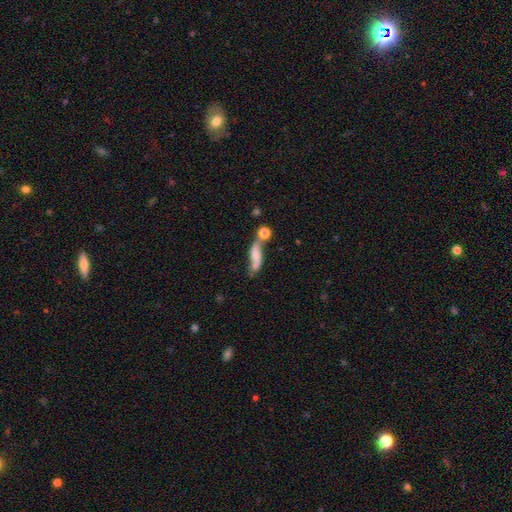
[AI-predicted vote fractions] A featured or disk galaxy (55%). Merging: none (46%).